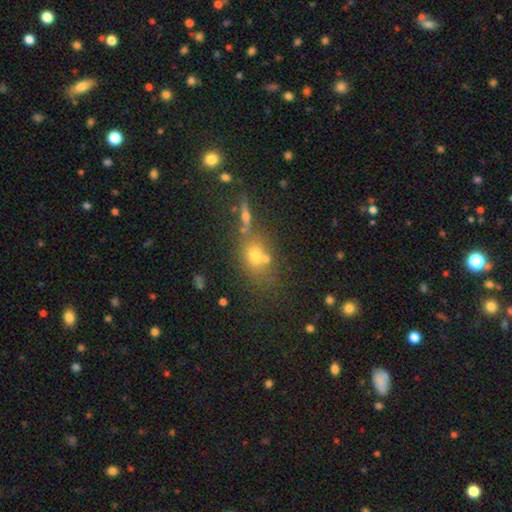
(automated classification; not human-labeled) The model was most divided on "how rounded": in between: 51%, round: 45%, cigar-shaped: 3%. More confident: smooth or featured — smooth (64%); merging — none (55%).